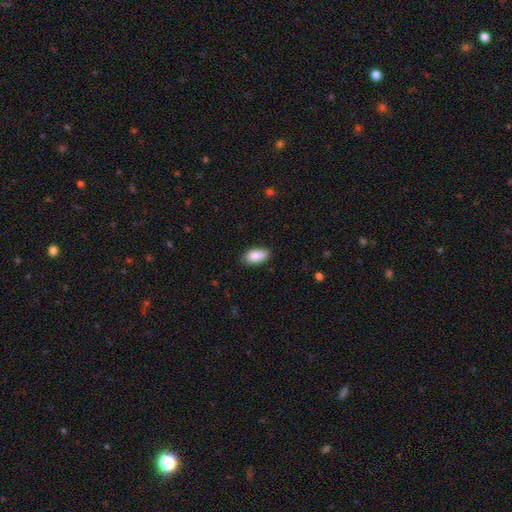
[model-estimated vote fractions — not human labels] Morphology: type=smooth (89%); roundness=in between (94%); merging=none (83%).